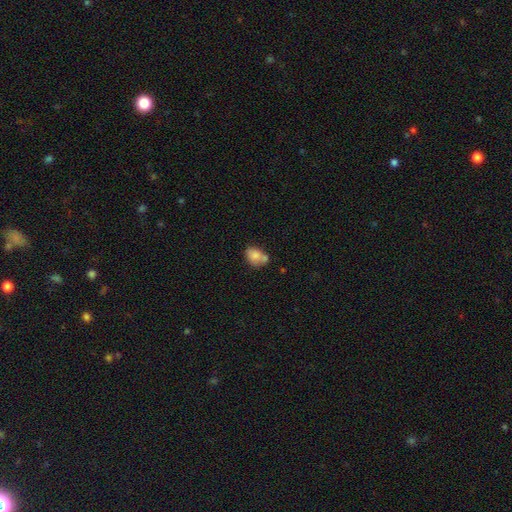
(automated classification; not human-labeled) smooth-or-featured: smooth: 79% | featured or disk: 12% | star or artifact: 9%
  how-rounded: in between: 64% | round: 35% | cigar-shaped: 1%
  merging: none: 44% | merger: 31% | minor disturbance: 19% | major disturbance: 6%